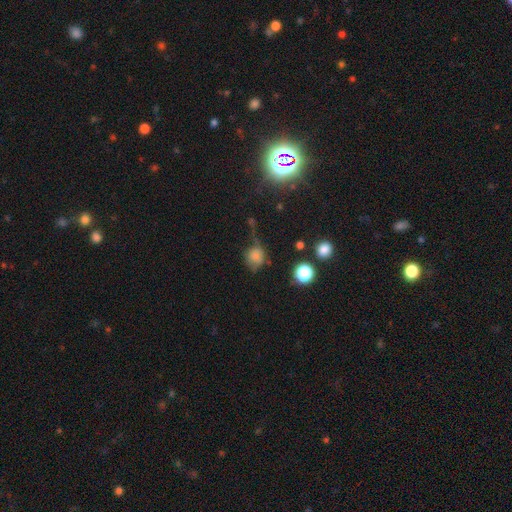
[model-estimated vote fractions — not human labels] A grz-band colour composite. It shows a smooth galaxy with no disk features (74%) that is round (71%). Merging: none (43%).